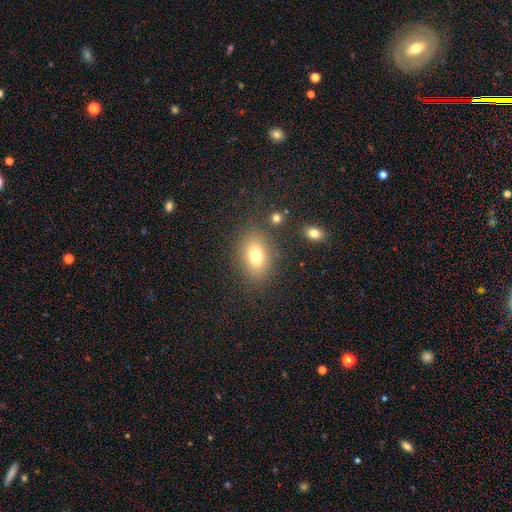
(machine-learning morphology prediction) smooth-or-featured: smooth: 74% | featured or disk: 14% | star or artifact: 12%
  how-rounded: in between: 78% | round: 19% | cigar-shaped: 2%
  merging: none: 80% | minor disturbance: 12% | major disturbance: 5% | merger: 4%